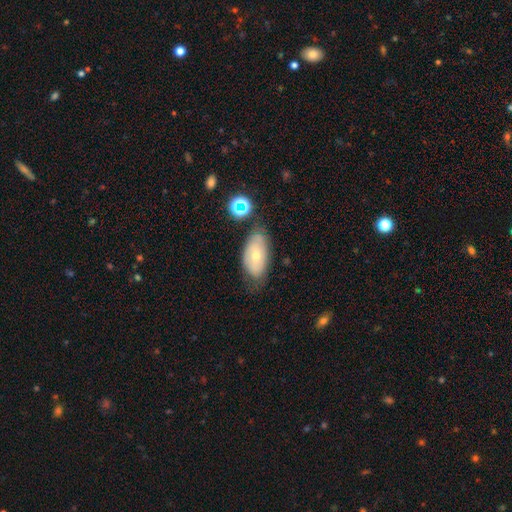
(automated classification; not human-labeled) This is possibly a smooth galaxy (54%). How rounded: clearly in between (91%). Merging: likely none (62%).